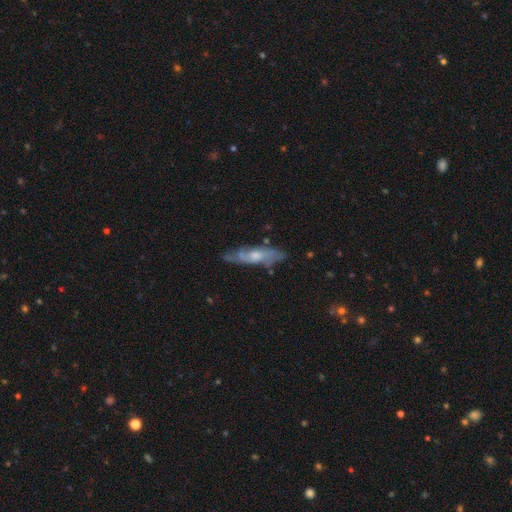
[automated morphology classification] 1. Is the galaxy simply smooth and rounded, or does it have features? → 64% featured or disk, 30% smooth, 7% star or artifact.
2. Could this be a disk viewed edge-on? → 57% no, 43% yes.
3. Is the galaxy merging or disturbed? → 69% none, 22% minor disturbance, 7% major disturbance, 3% merger.